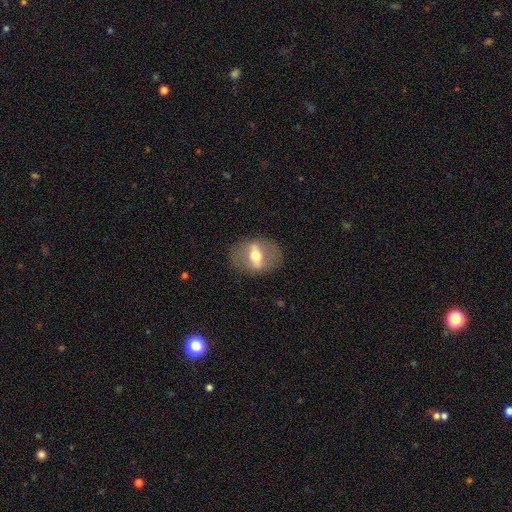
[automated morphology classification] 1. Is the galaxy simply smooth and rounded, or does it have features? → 60% featured or disk, 32% smooth, 8% star or artifact.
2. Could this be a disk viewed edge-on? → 67% no, 33% yes.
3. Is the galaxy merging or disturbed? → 82% none, 10% minor disturbance, 6% major disturbance, 1% merger.